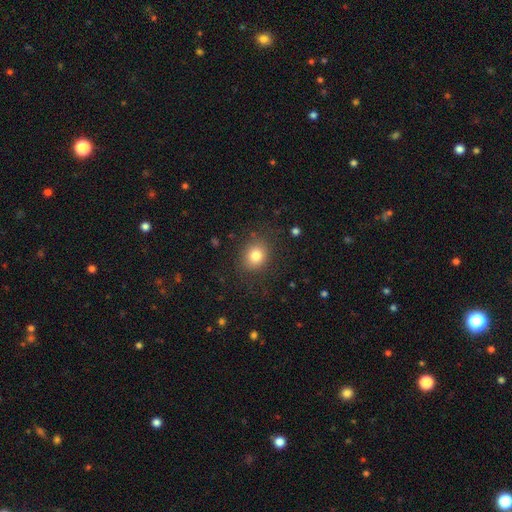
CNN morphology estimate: smooth-or-featured: smooth: 81% | star or artifact: 11% | featured or disk: 8%
  how-rounded: round: 67% | in between: 32% | cigar-shaped: 1%
  merging: none: 83% | minor disturbance: 11% | major disturbance: 5% | merger: 1%